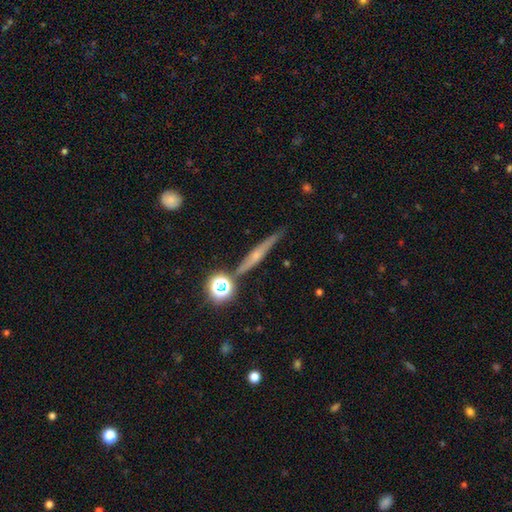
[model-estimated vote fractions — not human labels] Smooth or featured: featured or disk — 59% (smooth — 28%)
Edge-on disk: yes — 94% (no — 6%)
Edge-on bulge: rounded — 68% (none — 25%)
Merging: none — 81% (minor disturbance — 12%)